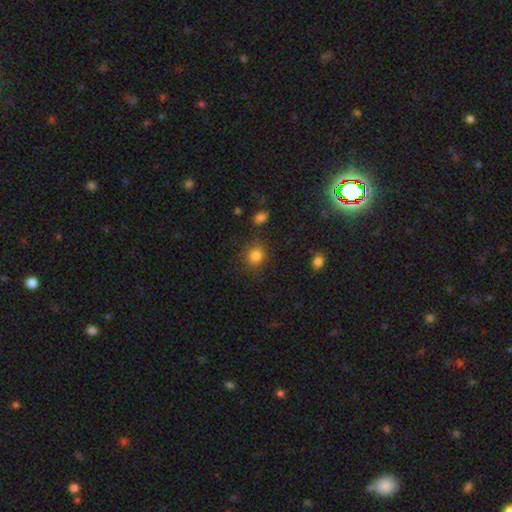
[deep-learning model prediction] smooth-or-featured: smooth: 83% | star or artifact: 12% | featured or disk: 5%
  how-rounded: round: 81% | in between: 18% | cigar-shaped: 1%
  merging: none: 84% | minor disturbance: 10% | major disturbance: 3% | merger: 3%